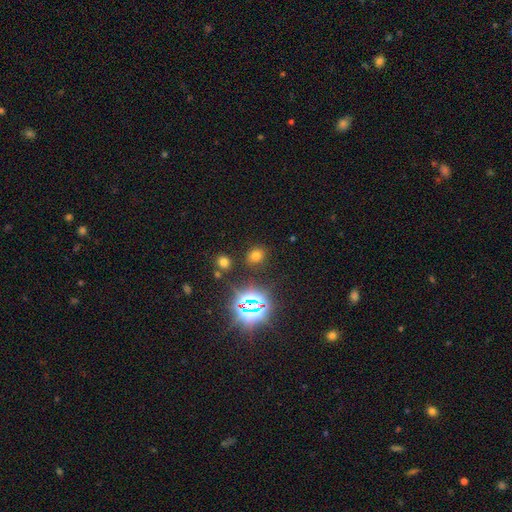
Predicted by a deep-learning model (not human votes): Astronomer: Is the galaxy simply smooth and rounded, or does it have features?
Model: smooth — 61%.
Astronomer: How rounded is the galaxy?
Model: round — 59% (runner-up: in between, 40%).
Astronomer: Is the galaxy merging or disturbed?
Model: none — 84%.